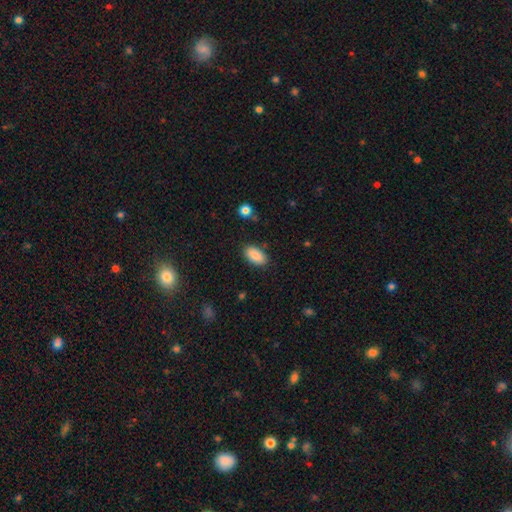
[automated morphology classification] smooth_or_featured: smooth (p=0.88) [alt: star or artifact p=0.07]
how_rounded: in between (p=0.94) [alt: round p=0.03]
merging: none (p=0.86) [alt: minor disturbance p=0.10]